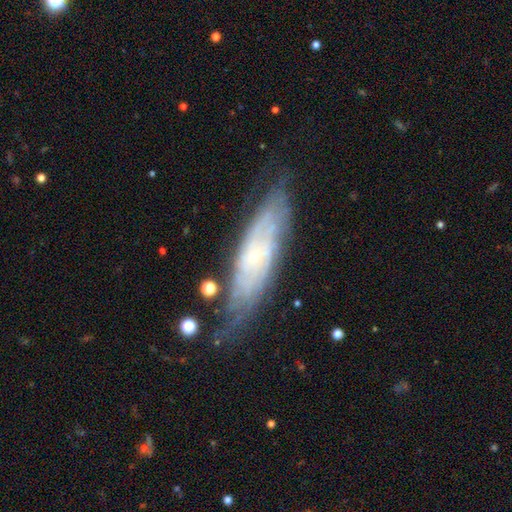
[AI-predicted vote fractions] Smooth or featured?
  - featured or disk: 71% *
  - smooth: 21%
  - star or artifact: 8%
Edge-on disk?
  - no: 70% *
  - yes: 30%
Merging?
  - none: 69% *
  - minor disturbance: 21%
  - major disturbance: 7%
  - merger: 3%